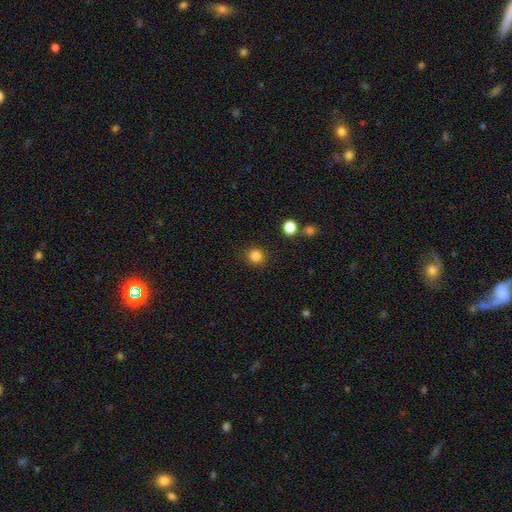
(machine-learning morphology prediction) type=smooth (84%); roundness=round (85%); merging=none (88%).